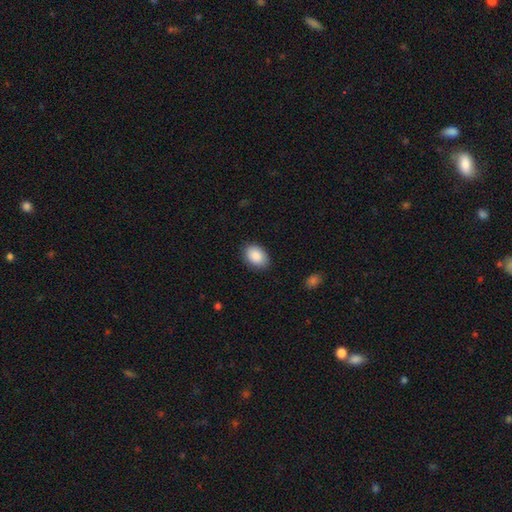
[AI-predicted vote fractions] This appears to be a smooth galaxy with no disk features (89%) that is in between round and cigar-shaped (84%). Merging: none (87%).